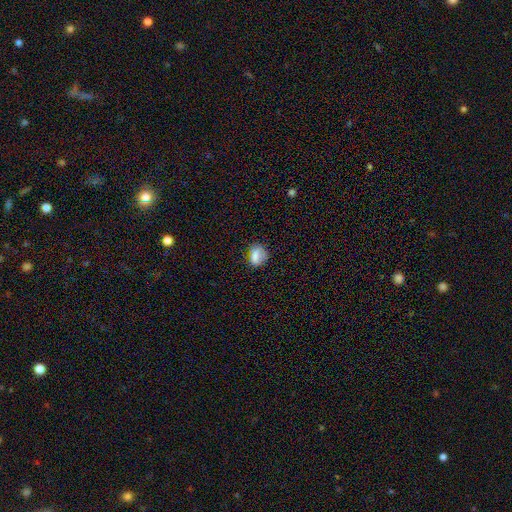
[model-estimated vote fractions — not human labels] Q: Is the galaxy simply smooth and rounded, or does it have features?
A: smooth — 79%.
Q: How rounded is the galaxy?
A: in between — 57%.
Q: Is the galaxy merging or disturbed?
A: none — 62%.